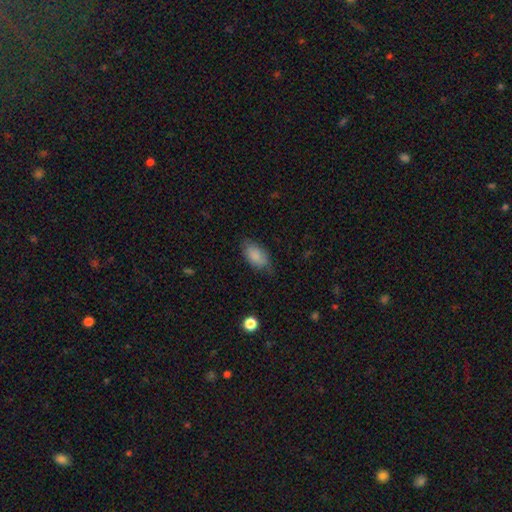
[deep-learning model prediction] smooth 85%, featured or disk 8%, star or artifact 7%. Down the decision tree: how rounded — in between (93%); merging — none (68%).